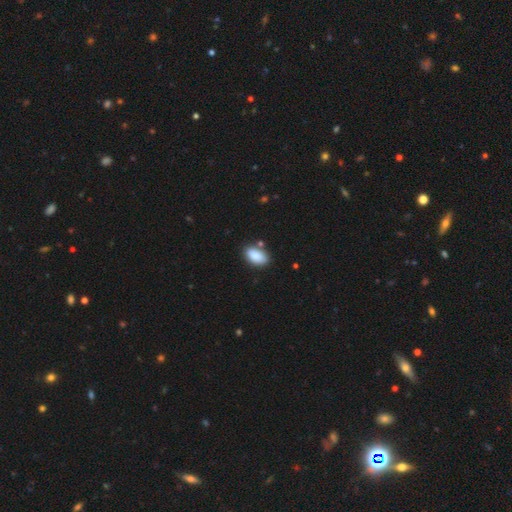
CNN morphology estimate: A smooth galaxy with no disk features (89%) that is in between round and cigar-shaped (93%). Merging: none (79%).